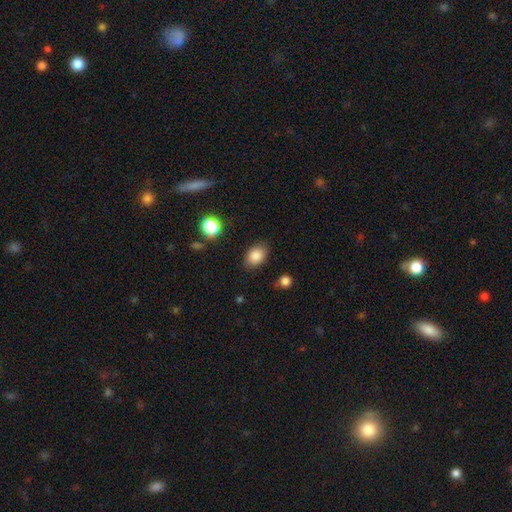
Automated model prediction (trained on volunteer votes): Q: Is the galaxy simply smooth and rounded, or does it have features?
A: smooth — 86%.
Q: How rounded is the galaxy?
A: in between — 79%.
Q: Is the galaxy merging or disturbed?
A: none — 84%.